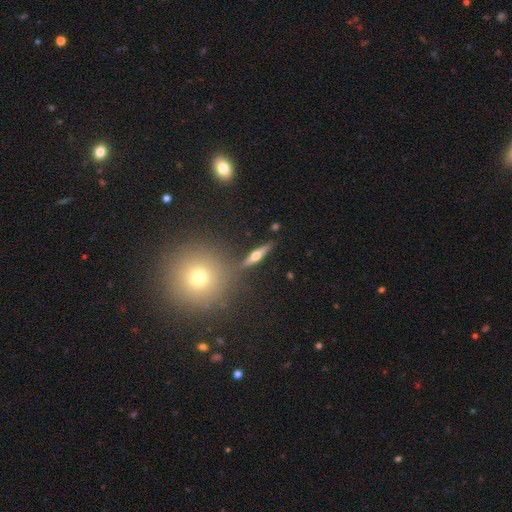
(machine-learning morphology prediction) Smooth or featured?
  - featured or disk: 64% *
  - smooth: 27%
  - star or artifact: 9%
Edge-on disk?
  - yes: 93% *
  - no: 7%
Edge-on bulge?
  - rounded: 94% *
  - boxy: 4%
  - none: 3%
Merging?
  - none: 83% *
  - minor disturbance: 9%
  - merger: 5%
  - major disturbance: 3%